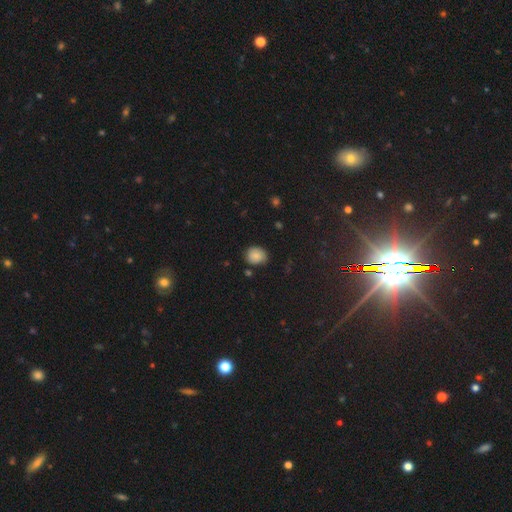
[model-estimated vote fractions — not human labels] A smooth galaxy with no disk features (83%) that is round (64%). Merging: none (74%).